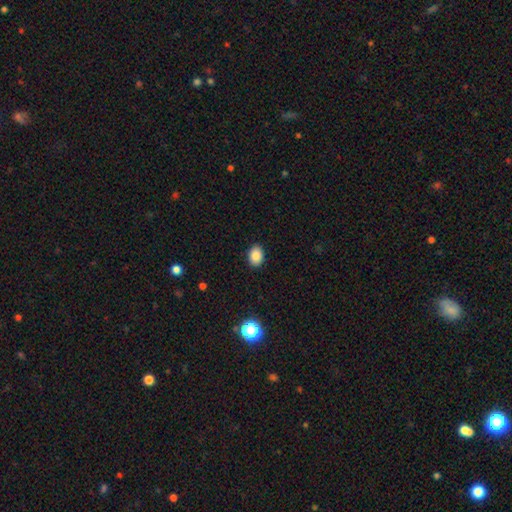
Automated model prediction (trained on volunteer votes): smooth-or-featured: smooth: 87% | star or artifact: 9% | featured or disk: 4%
  how-rounded: in between: 70% | round: 29% | cigar-shaped: 1%
  merging: none: 89% | minor disturbance: 8% | major disturbance: 2% | merger: 1%